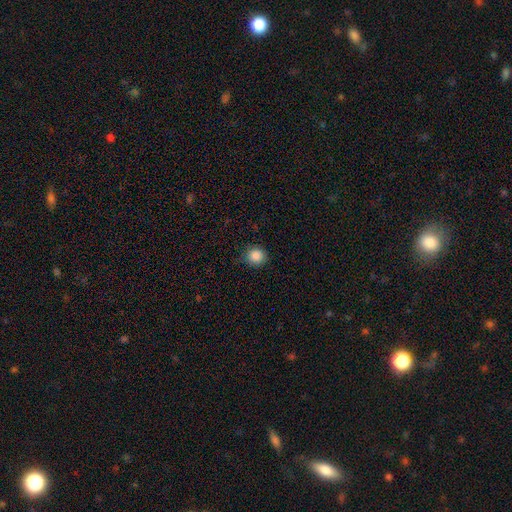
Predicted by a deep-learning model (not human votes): Smooth or featured? Predicted: smooth (p=0.87). How rounded? Predicted: round (p=0.89). Merging? Predicted: none (p=0.84).